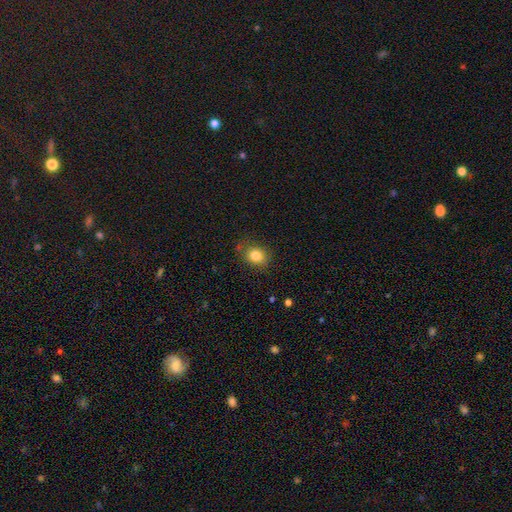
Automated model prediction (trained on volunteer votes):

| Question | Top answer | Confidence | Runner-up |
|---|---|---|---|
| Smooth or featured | smooth | 83% | star or artifact (11%) |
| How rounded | round | 58% | in between (41%) |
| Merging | none | 79% | minor disturbance (16%) |